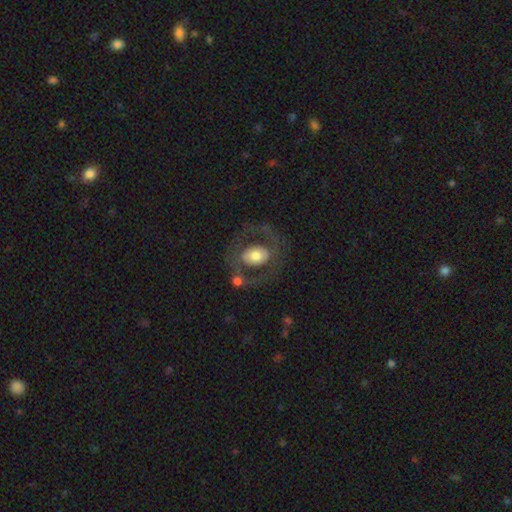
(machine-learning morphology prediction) This appears to be a featured or disk galaxy (50%). Merging: none (62%).